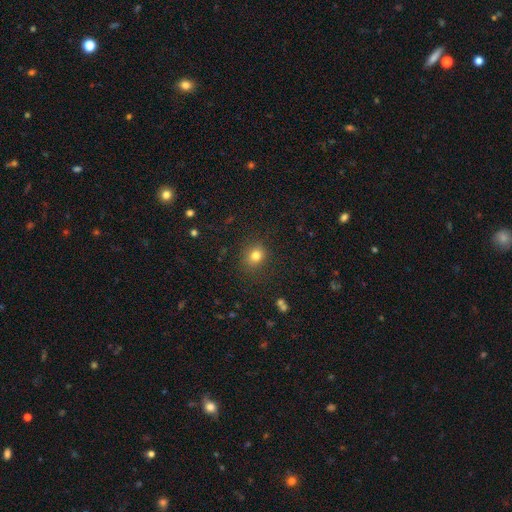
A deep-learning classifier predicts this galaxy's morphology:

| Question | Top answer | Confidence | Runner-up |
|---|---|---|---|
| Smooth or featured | smooth | 79% | star or artifact (14%) |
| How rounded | round | 74% | in between (25%) |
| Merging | none | 85% | minor disturbance (10%) |